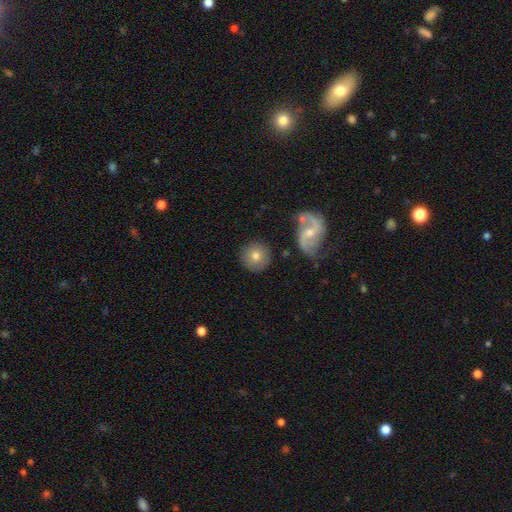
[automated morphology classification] Smooth or featured? smooth (71%)
How rounded? round (94%)
Merging? none (85%)